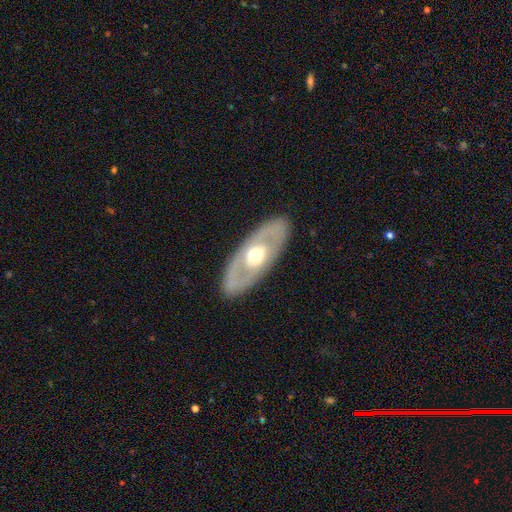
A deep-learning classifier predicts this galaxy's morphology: Smooth or featured: featured or disk — 65% (smooth — 30%)
Edge-on disk: no — 82% (yes — 18%)
Bar: no — 81% (weak — 14%)
Spiral arms: no — 75% (yes — 25%)
Bulge size: moderate — 70% (large — 16%)
Merging: none — 86% (minor disturbance — 9%)